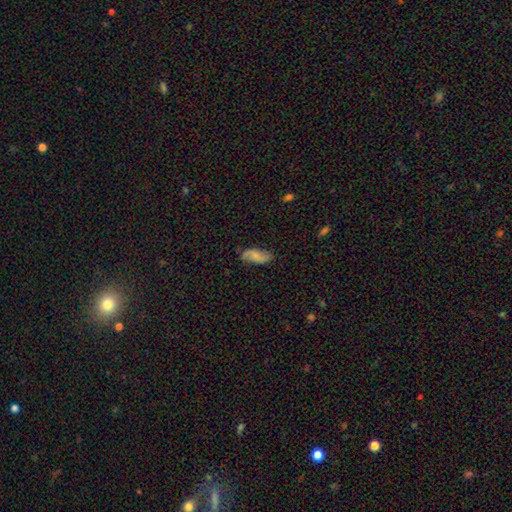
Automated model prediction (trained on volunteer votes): Morphology: type=smooth (58%); roundness=in between (86%); merging=none (72%).